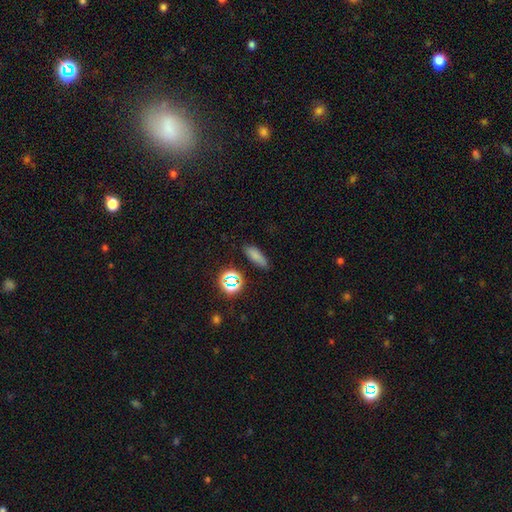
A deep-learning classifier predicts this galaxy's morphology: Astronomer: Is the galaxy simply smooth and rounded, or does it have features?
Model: smooth — 75%.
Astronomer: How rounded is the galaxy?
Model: in between — 60%.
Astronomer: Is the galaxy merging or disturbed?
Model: none — 81%.